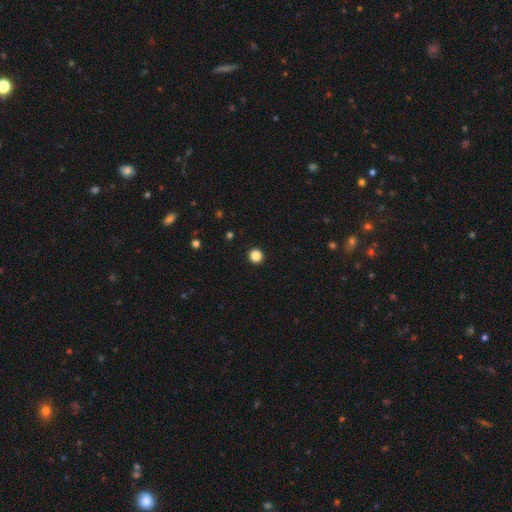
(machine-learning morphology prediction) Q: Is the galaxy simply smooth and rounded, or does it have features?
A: smooth — 86%.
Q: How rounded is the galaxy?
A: round — 94%.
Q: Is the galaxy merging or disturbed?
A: none — 94%.